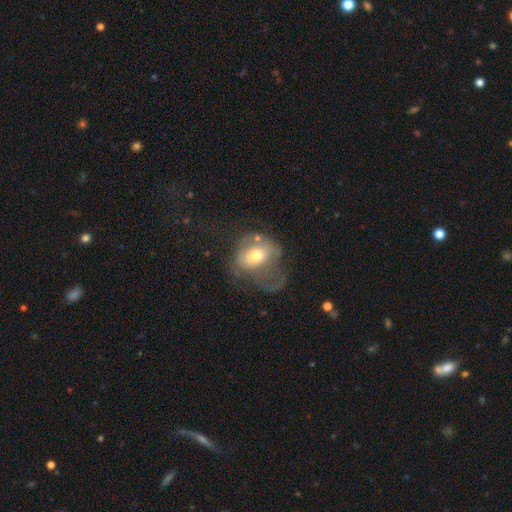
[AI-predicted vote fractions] Smooth or featured?
  - smooth: 54% *
  - featured or disk: 37%
  - star or artifact: 9%
How rounded?
  - in between: 59% *
  - round: 40%
  - cigar-shaped: 1%
Merging?
  - major disturbance: 53% *
  - none: 22%
  - minor disturbance: 20%
  - merger: 5%